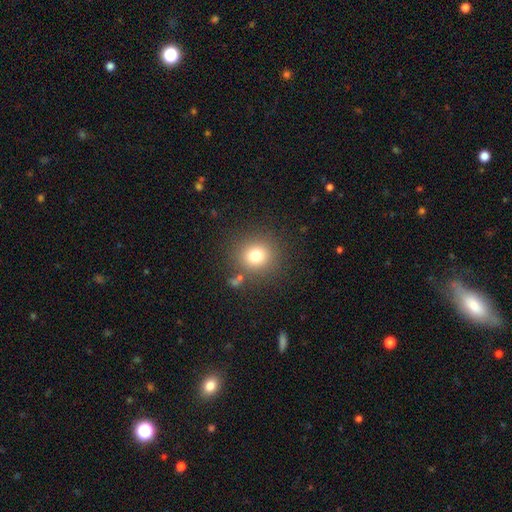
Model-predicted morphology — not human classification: Q: Smooth or featured?
A: smooth (77%); runner-up: star or artifact (14%)
Q: How rounded?
A: round (89%); runner-up: in between (10%)
Q: Merging?
A: none (83%); runner-up: minor disturbance (8%)